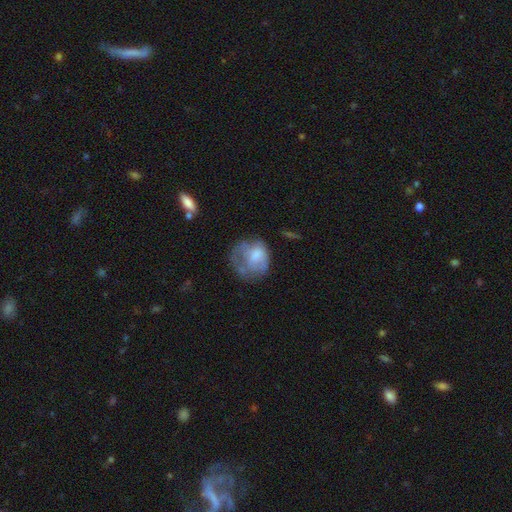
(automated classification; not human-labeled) smooth-or-featured: smooth: 57% | featured or disk: 34% | star or artifact: 9%
  how-rounded: round: 64% | in between: 35% | cigar-shaped: 1%
  merging: major disturbance: 37% | none: 33% | minor disturbance: 27% | merger: 3%